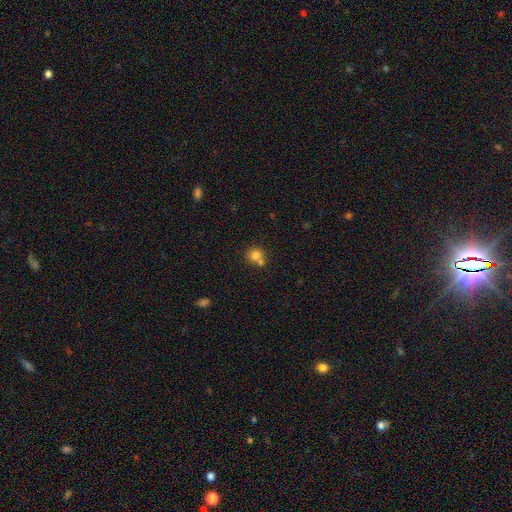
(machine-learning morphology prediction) A smooth galaxy with no disk features (79%) that is round (86%).

Vote fractions:
- Smooth or featured? smooth: 79% / star or artifact: 12% / featured or disk: 9%
- How rounded? round: 86% / in between: 13% / cigar-shaped: 1%
- Merging? none: 51% / merger: 37% / minor disturbance: 9% / major disturbance: 3%